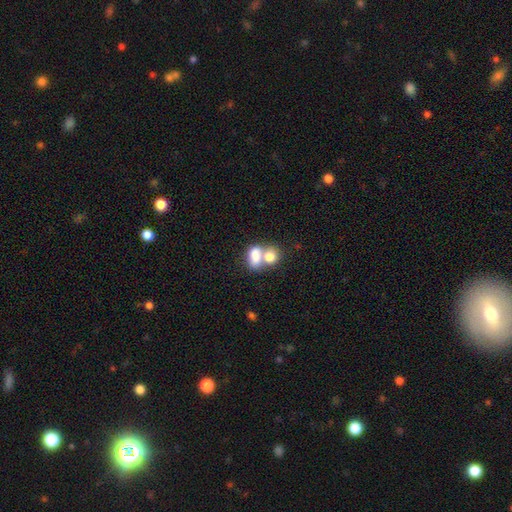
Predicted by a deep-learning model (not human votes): This appears to be a smooth galaxy with no disk features (76%) that is in between round and cigar-shaped (75%). Merging: merger (68%).